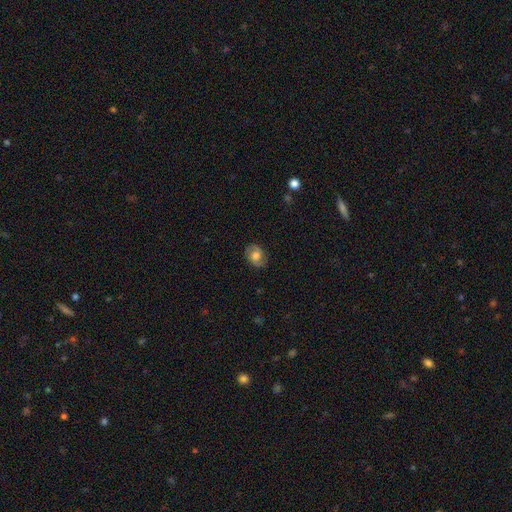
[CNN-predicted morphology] This appears to be a smooth galaxy with no disk features (56%) that is in between round and cigar-shaped (59%). Merging: none (82%).